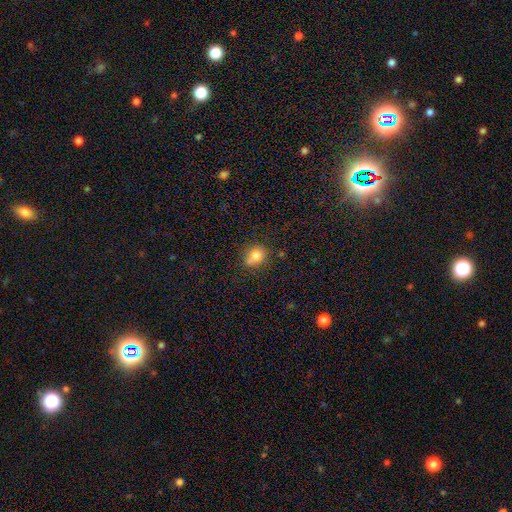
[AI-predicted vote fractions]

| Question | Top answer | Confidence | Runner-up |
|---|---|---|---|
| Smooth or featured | smooth | 79% | star or artifact (11%) |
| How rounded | round | 67% | in between (32%) |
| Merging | none | 57% | minor disturbance (20%) |